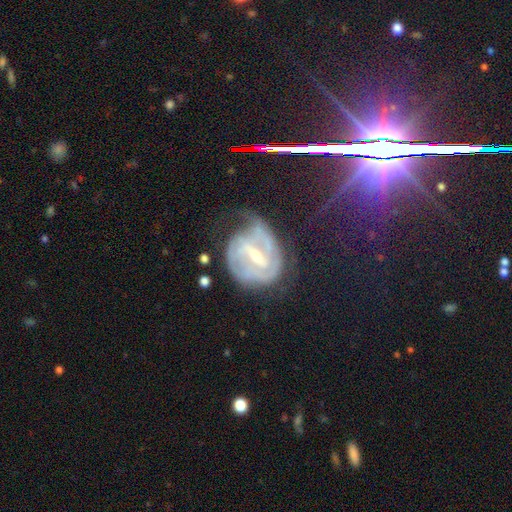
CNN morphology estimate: Smooth or featured? Predicted: featured or disk (p=0.82). Edge-on disk? Predicted: no (p=0.96). Bar? Predicted: weak (p=0.44). Spiral arms? Predicted: yes (p=0.90). Spiral winding? Predicted: tight (p=0.54). Spiral arm count? Predicted: 2 (p=0.39). Bulge size? Predicted: small (p=0.55). Merging? Predicted: none (p=0.46).